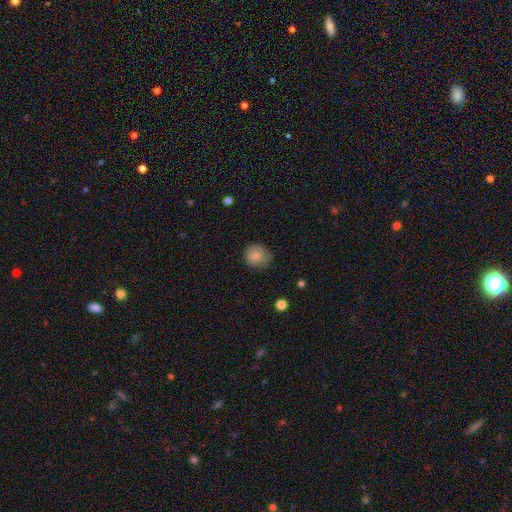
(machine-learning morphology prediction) Smooth or featured? smooth (85%)
How rounded? round (82%)
Merging? none (76%)